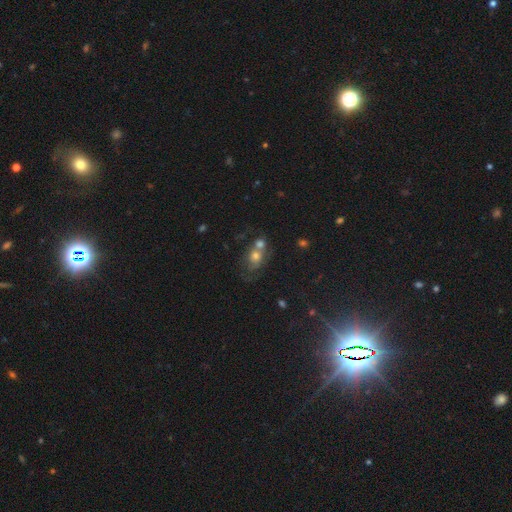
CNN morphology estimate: Smooth or featured? Predicted: smooth (p=0.55). How rounded? Predicted: round (p=0.50). Merging? Predicted: merger (p=0.49).